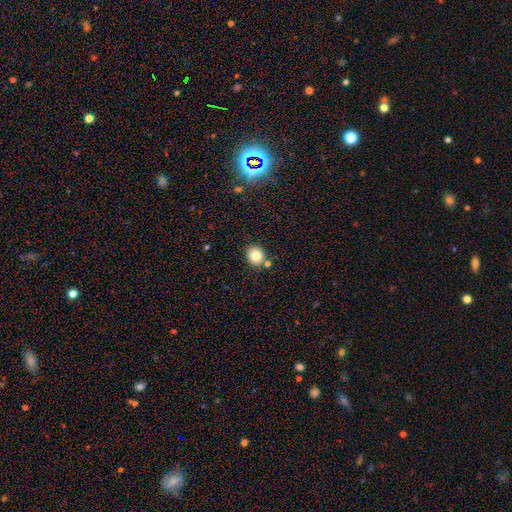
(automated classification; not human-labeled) Smooth or featured? smooth (81%)
How rounded? round (78%)
Merging? none (78%)